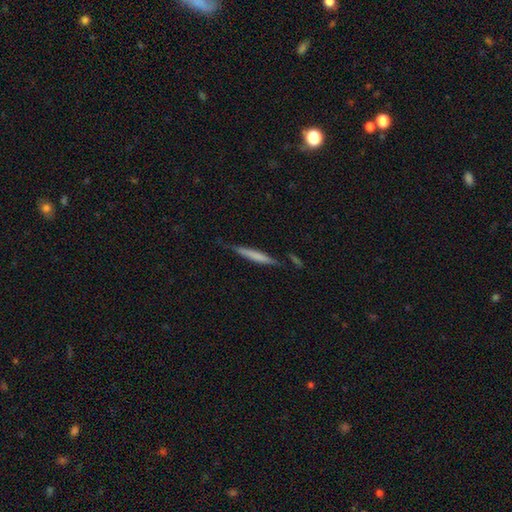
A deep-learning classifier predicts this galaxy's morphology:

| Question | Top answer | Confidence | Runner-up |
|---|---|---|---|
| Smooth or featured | smooth | 57% | featured or disk (37%) |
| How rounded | cigar-shaped | 95% | in between (4%) |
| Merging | none | 75% | minor disturbance (17%) |